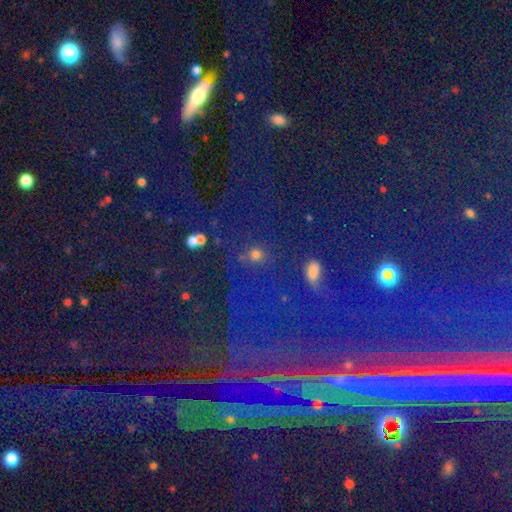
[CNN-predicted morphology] Smooth or featured? star or artifact (45%)